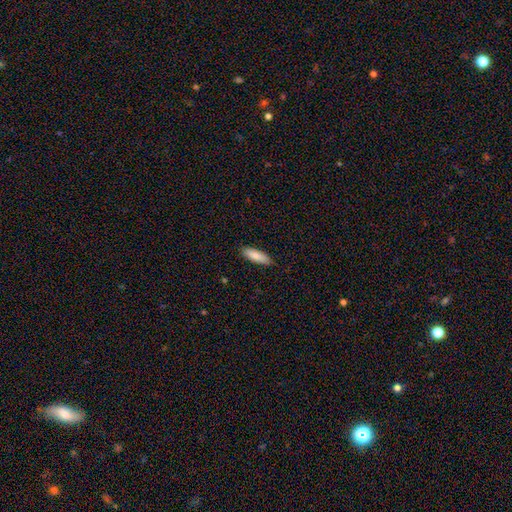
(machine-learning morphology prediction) smooth 86%, featured or disk 8%, star or artifact 6%. Down the decision tree: how rounded — in between (53%); merging — none (86%).